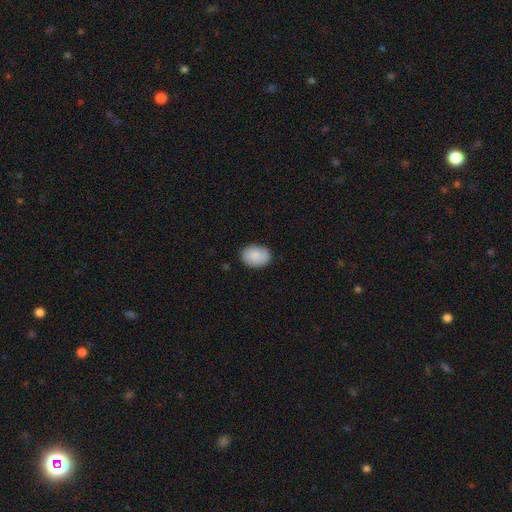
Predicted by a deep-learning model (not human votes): This is clearly a smooth galaxy (87%). How rounded: likely in between (70%). Merging: clearly none (85%).